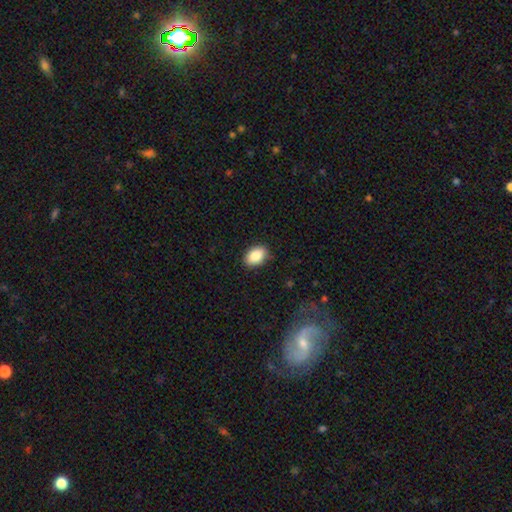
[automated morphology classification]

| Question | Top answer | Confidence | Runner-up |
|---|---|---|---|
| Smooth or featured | smooth | 87% | star or artifact (7%) |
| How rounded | in between | 85% | round (14%) |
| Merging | none | 87% | minor disturbance (10%) |